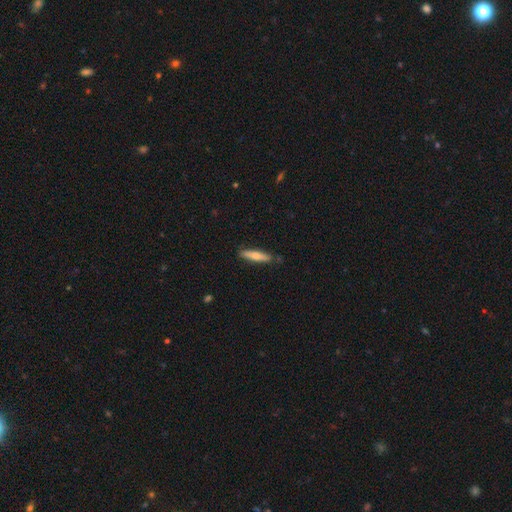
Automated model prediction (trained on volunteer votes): A smooth galaxy with no disk features (61%) that is cigar-shaped (82%). Merging: none (86%).